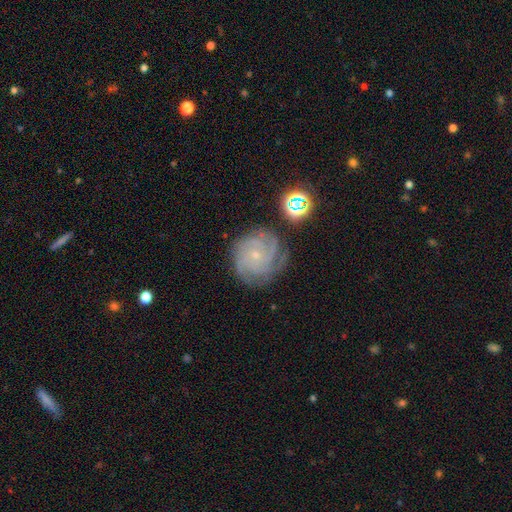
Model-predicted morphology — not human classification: smooth_or_featured: featured or disk (p=0.82) [alt: star or artifact p=0.10]
disk_edge_on: no (p=0.98) [alt: yes p=0.02]
bar: no (p=0.81) [alt: weak p=0.16]
has_spiral_arms: yes (p=0.97) [alt: no p=0.03]
spiral_winding: tight (p=0.75) [alt: medium p=0.22]
spiral_arm_count: 4 (p=0.35) [alt: 3 p=0.26]
bulge_size: small (p=0.82) [alt: moderate p=0.14]
merging: none (p=0.75) [alt: minor disturbance p=0.17]